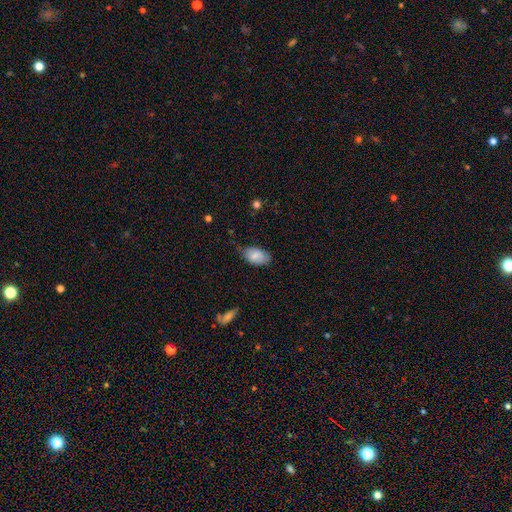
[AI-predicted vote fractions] Smooth or featured? smooth (80%)
How rounded? in between (92%)
Merging? none (62%)